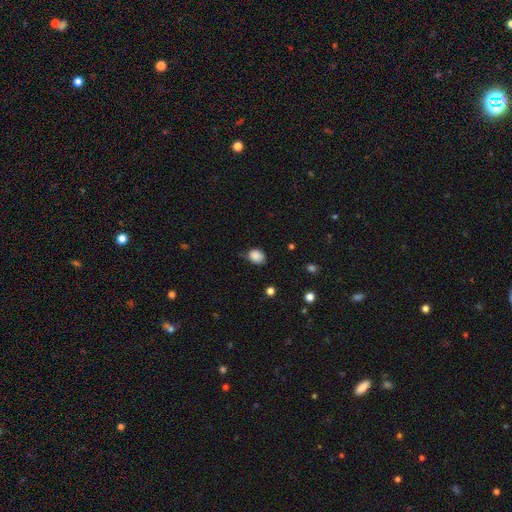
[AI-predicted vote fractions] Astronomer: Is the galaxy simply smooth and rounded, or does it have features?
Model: smooth — 86%.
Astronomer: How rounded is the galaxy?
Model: in between — 54% (runner-up: round, 45%).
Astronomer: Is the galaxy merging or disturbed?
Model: none — 57% (runner-up: minor disturbance, 34%).